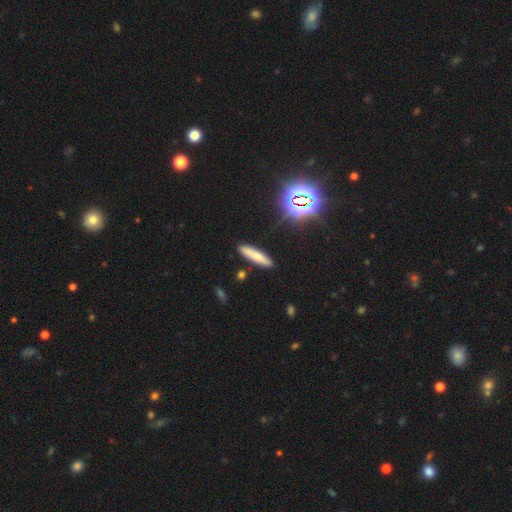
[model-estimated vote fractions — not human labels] A smooth galaxy with no disk features (69%) that is cigar-shaped (82%).

Vote fractions:
- Smooth or featured? smooth: 69% / featured or disk: 19% / star or artifact: 11%
- How rounded? cigar-shaped: 82% / in between: 16% / round: 2%
- Merging? none: 88% / minor disturbance: 8% / merger: 2% / major disturbance: 2%